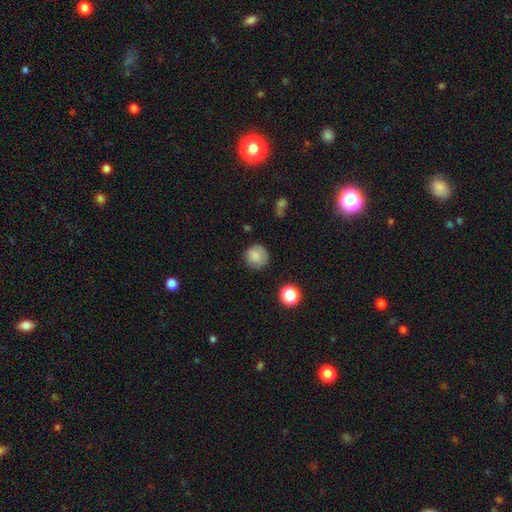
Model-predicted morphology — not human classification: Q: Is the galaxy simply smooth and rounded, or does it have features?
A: smooth — 83%.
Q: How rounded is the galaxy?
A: round — 91%.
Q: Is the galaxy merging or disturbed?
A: none — 80%.